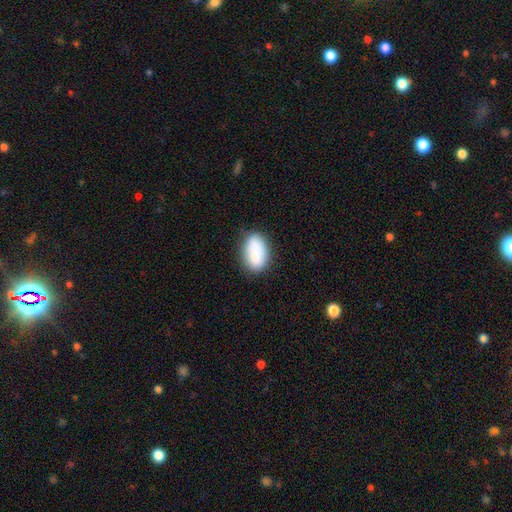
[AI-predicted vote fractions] A smooth galaxy with no disk features (81%) that is in between round and cigar-shaped (87%).

Vote fractions:
- Smooth or featured? smooth: 81% / featured or disk: 12% / star or artifact: 8%
- How rounded? in between: 87% / round: 11% / cigar-shaped: 2%
- Merging? none: 62% / minor disturbance: 23% / merger: 9% / major disturbance: 6%